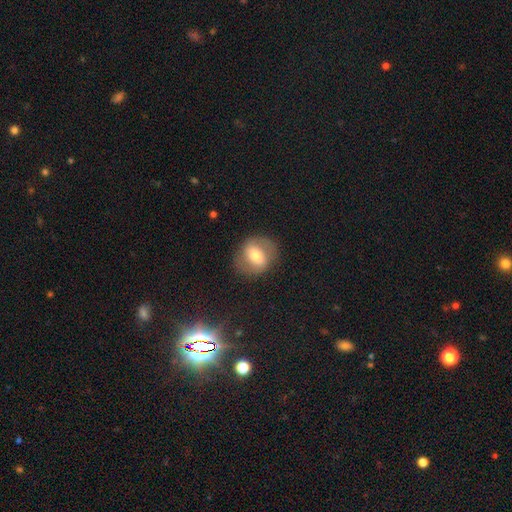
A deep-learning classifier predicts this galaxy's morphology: Smooth or featured? Predicted: smooth (p=0.47). Merging? Predicted: none (p=0.78).